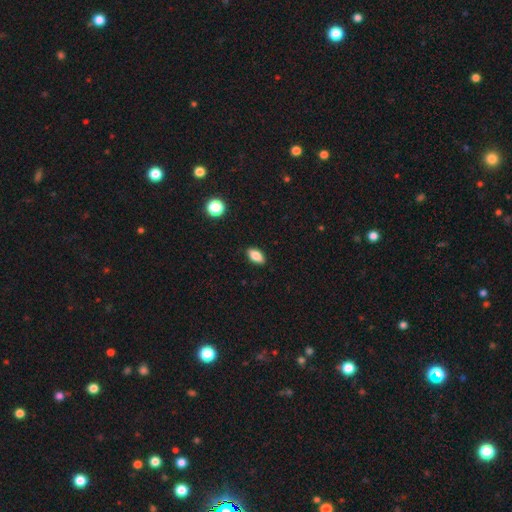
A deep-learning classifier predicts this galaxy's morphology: This is clearly a smooth galaxy (84%). How rounded: clearly in between (90%). Merging: clearly none (88%).